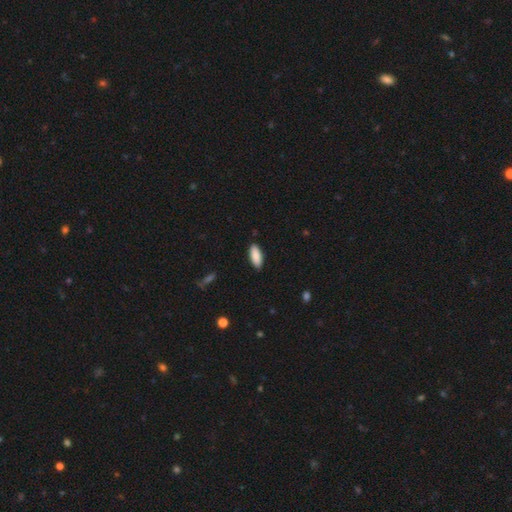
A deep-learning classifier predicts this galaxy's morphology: A smooth galaxy with no disk features (89%) that is in between round and cigar-shaped (76%).

Vote fractions:
- Smooth or featured? smooth: 89% / star or artifact: 6% / featured or disk: 5%
- How rounded? in between: 76% / cigar-shaped: 22% / round: 1%
- Merging? none: 87% / minor disturbance: 10% / major disturbance: 2% / merger: 1%